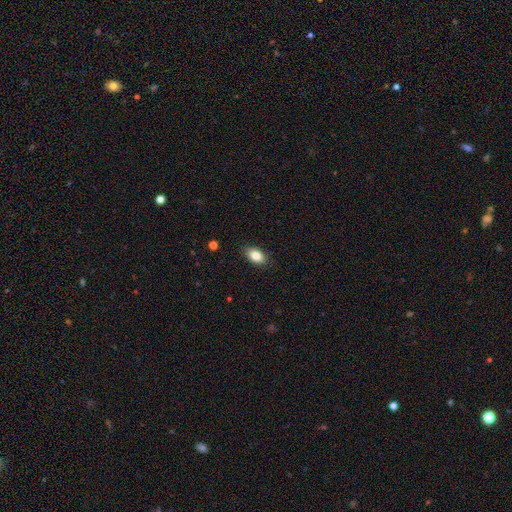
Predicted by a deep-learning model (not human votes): smooth-or-featured: smooth: 85% | star or artifact: 8% | featured or disk: 7%
  how-rounded: in between: 90% | round: 7% | cigar-shaped: 2%
  merging: none: 87% | minor disturbance: 10% | major disturbance: 2% | merger: 1%